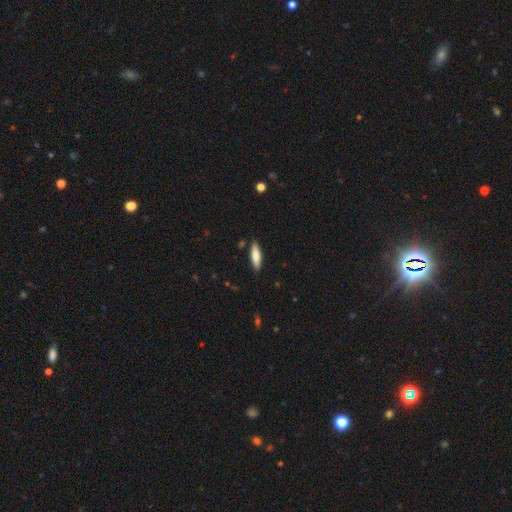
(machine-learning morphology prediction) A smooth galaxy with no disk features (79%) that is cigar-shaped (58%).

Vote fractions:
- Smooth or featured? smooth: 79% / featured or disk: 15% / star or artifact: 6%
- How rounded? cigar-shaped: 58% / in between: 40% / round: 2%
- Merging? none: 87% / minor disturbance: 9% / major disturbance: 2% / merger: 2%